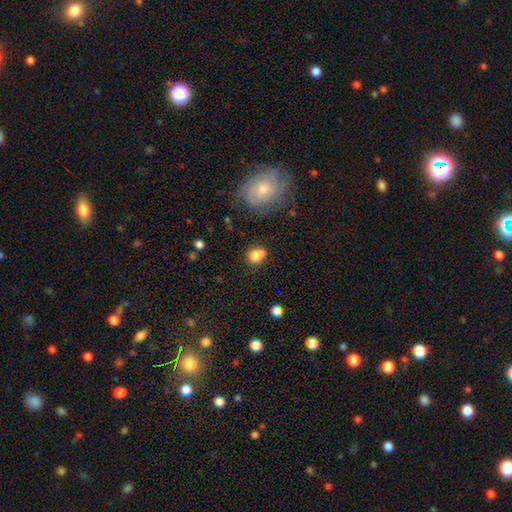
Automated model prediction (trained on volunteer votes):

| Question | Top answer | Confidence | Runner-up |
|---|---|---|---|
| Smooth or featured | smooth | 79% | star or artifact (11%) |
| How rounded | round | 65% | in between (34%) |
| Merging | none | 51% | merger (27%) |